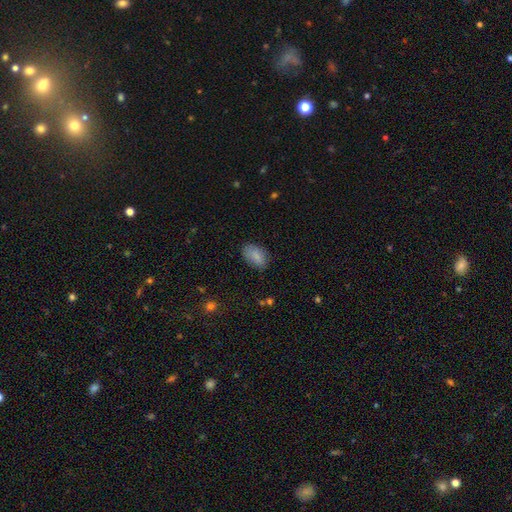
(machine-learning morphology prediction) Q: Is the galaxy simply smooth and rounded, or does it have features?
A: smooth — 82%.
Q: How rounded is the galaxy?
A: in between — 92%.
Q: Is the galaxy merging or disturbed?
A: none — 76%.